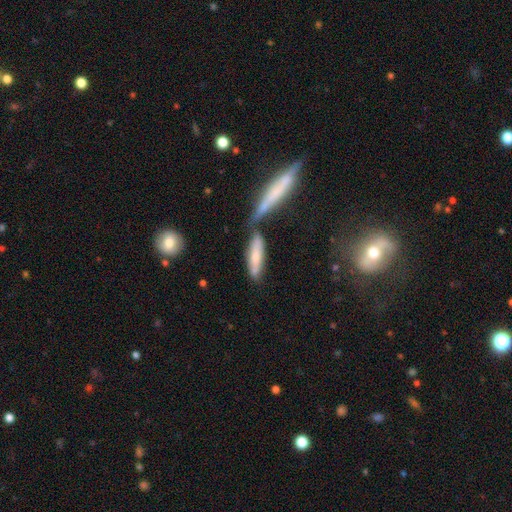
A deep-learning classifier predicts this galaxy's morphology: A smooth galaxy with no disk features (69%) that is cigar-shaped (69%).

Vote fractions:
- Smooth or featured? smooth: 69% / featured or disk: 25% / star or artifact: 7%
- How rounded? cigar-shaped: 69% / in between: 29% / round: 2%
- Merging? none: 52% / merger: 30% / minor disturbance: 13% / major disturbance: 5%